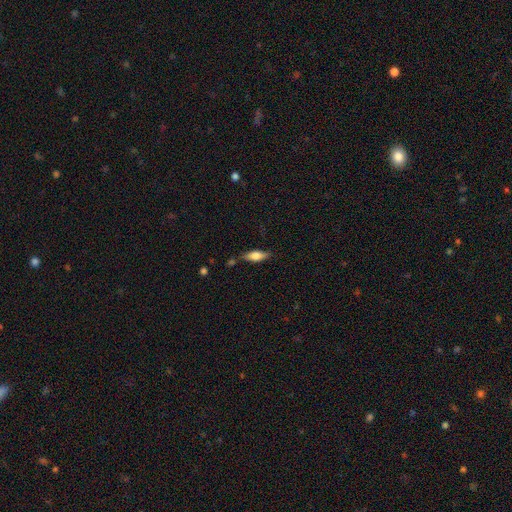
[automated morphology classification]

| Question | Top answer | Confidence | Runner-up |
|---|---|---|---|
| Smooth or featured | smooth | 63% | featured or disk (30%) |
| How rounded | in between | 62% | cigar-shaped (35%) |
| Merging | none | 75% | minor disturbance (17%) |